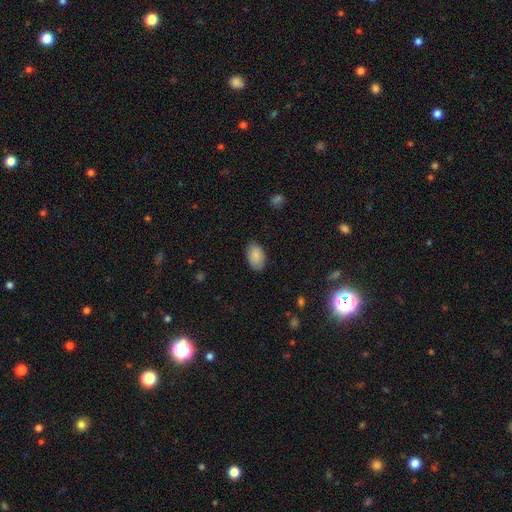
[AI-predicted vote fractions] Smooth or featured? smooth (89%)
How rounded? in between (92%)
Merging? none (85%)